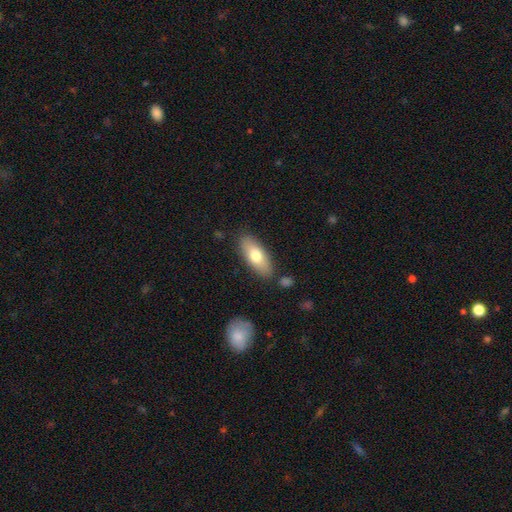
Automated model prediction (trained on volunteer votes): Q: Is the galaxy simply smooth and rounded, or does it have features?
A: smooth — 71%.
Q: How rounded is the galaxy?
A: in between — 78%.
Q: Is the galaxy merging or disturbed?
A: none — 83%.